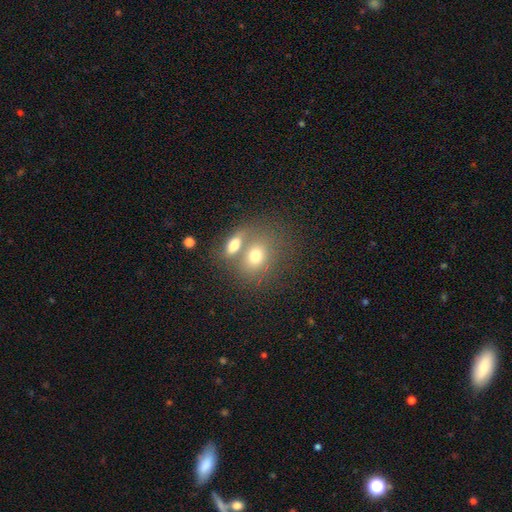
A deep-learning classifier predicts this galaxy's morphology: The model was most divided on "how rounded": in between: 51%, round: 48%, cigar-shaped: 2%. Remaining: smooth or featured — smooth (71%); merging — merger (48%).